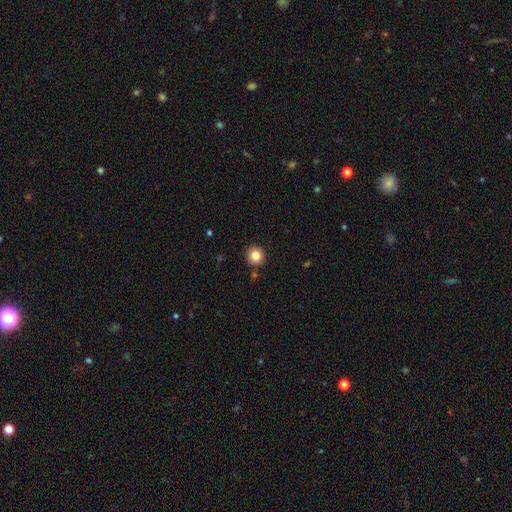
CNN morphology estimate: Smooth or featured? Predicted: smooth (p=0.84). How rounded? Predicted: round (p=0.93). Merging? Predicted: none (p=0.90).